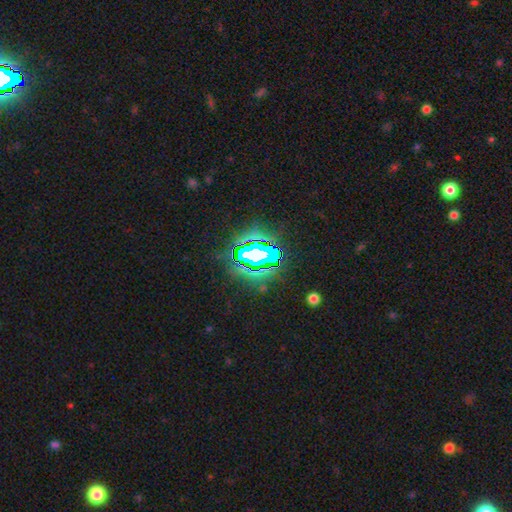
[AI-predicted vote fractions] smooth_or_featured: star or artifact (p=0.75) [alt: smooth p=0.13]